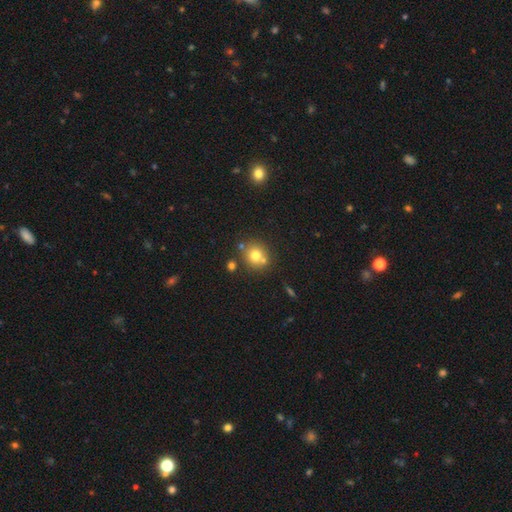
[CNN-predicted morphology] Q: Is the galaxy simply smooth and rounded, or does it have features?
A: smooth — 74%.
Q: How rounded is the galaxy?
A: round — 86%.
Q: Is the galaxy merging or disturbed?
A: none — 67%.